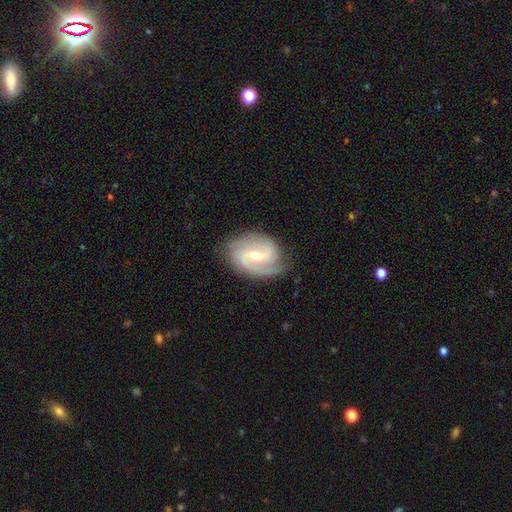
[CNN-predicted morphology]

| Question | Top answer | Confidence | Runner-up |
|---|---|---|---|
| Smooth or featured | featured or disk | 86% | smooth (9%) |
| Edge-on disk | no | 97% | yes (3%) |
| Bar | weak | 49% | no (32%) |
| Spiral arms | yes | 97% | no (3%) |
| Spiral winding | medium | 49% | tight (35%) |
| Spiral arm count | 2 | 72% | 3 (12%) |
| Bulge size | moderate | 53% | small (44%) |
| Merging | none | 78% | minor disturbance (16%) |